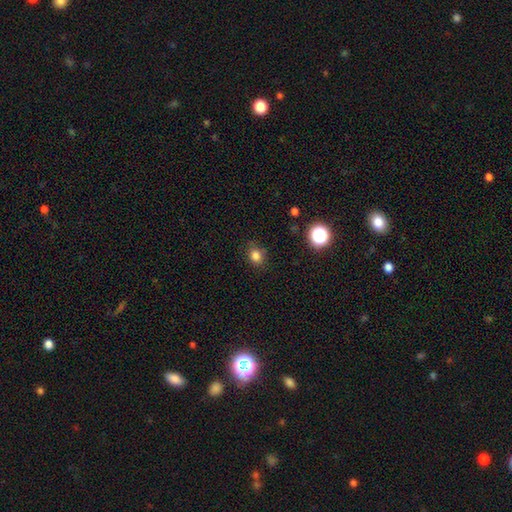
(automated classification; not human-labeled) Morphology: type=smooth (80%); roundness=round (69%); merging=none (80%).